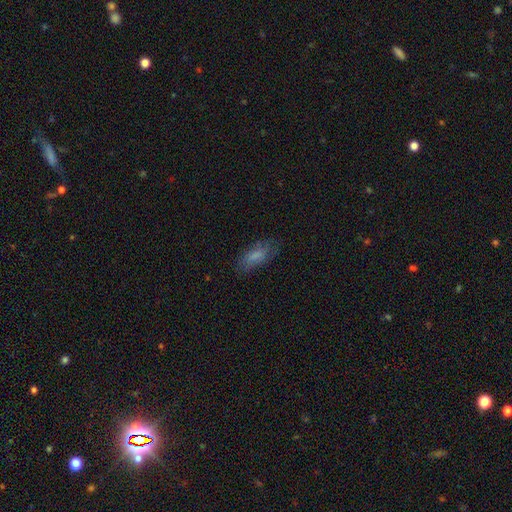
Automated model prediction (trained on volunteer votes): smooth_or_featured: smooth (p=0.72) [alt: featured or disk p=0.20]
how_rounded: in between (p=0.79) [alt: cigar-shaped p=0.18]
merging: none (p=0.67) [alt: minor disturbance p=0.22]